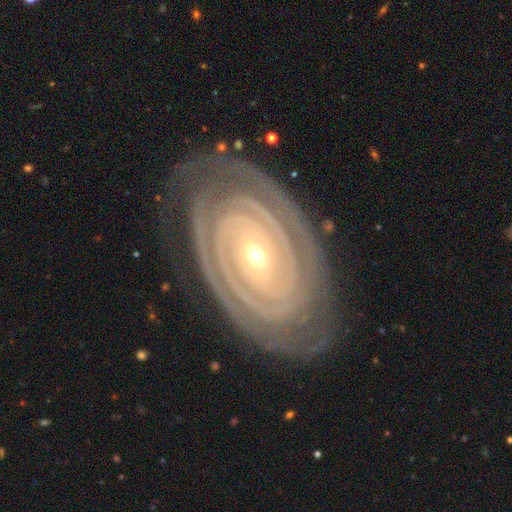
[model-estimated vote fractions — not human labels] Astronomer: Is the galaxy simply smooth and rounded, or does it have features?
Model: featured or disk — 91%.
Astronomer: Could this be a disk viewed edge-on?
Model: no — 96%.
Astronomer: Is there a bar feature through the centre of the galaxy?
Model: no — 55%.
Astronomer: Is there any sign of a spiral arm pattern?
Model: yes — 98%.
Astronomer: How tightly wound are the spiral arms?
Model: tight — 91%.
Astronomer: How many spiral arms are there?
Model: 2 — 37% (runner-up: can't tell, 19%).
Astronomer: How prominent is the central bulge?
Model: small — 68%.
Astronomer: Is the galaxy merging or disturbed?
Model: none — 81%.